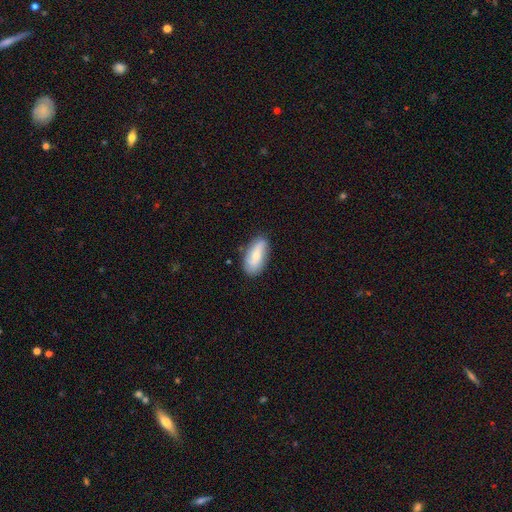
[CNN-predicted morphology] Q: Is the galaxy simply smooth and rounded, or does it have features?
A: smooth — 62%.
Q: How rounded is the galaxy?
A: in between — 86%.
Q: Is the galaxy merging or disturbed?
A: none — 77%.